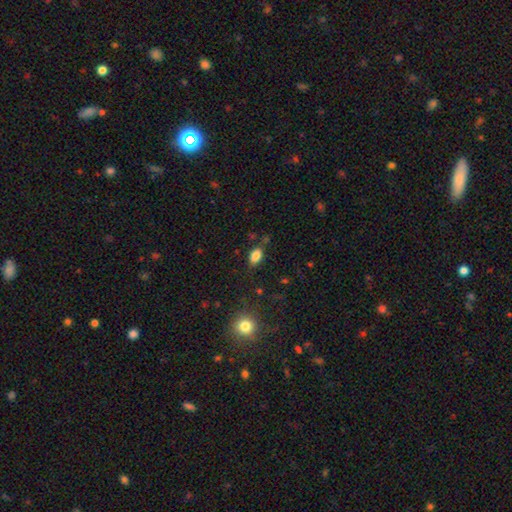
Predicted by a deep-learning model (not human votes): This is clearly a smooth galaxy (84%). How rounded: clearly in between (87%). Merging: likely none (78%).